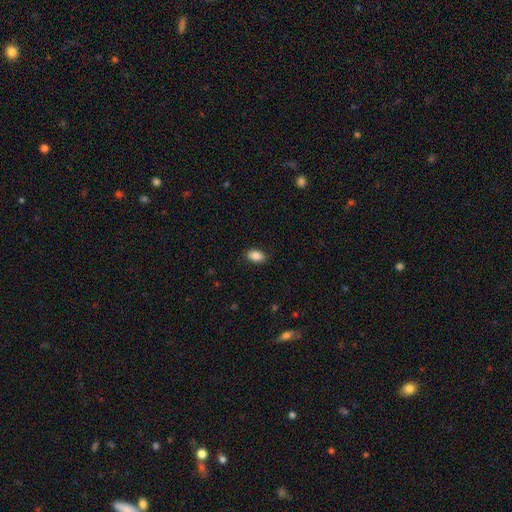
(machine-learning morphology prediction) A smooth galaxy with no disk features (87%) that is in between round and cigar-shaped (89%).

Vote fractions:
- Smooth or featured? smooth: 87% / star or artifact: 8% / featured or disk: 6%
- How rounded? in between: 89% / round: 9% / cigar-shaped: 2%
- Merging? none: 87% / minor disturbance: 9% / major disturbance: 2% / merger: 1%